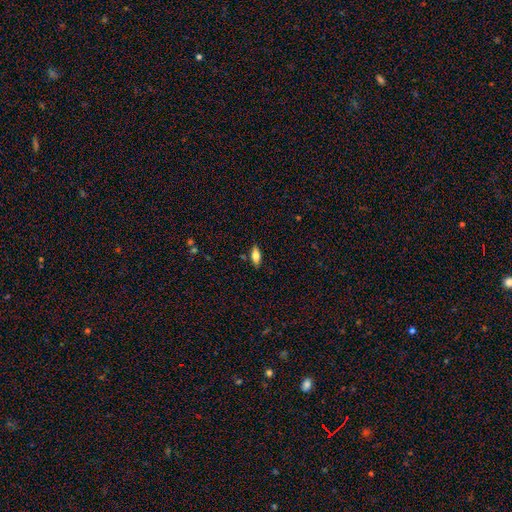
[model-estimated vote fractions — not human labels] A smooth galaxy with no disk features (72%) that is in between round and cigar-shaped (79%). Merging: none (85%).